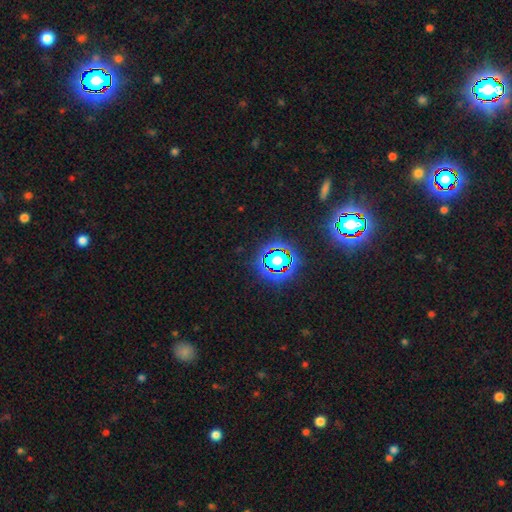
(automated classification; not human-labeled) Overall: star or artifact (80%).